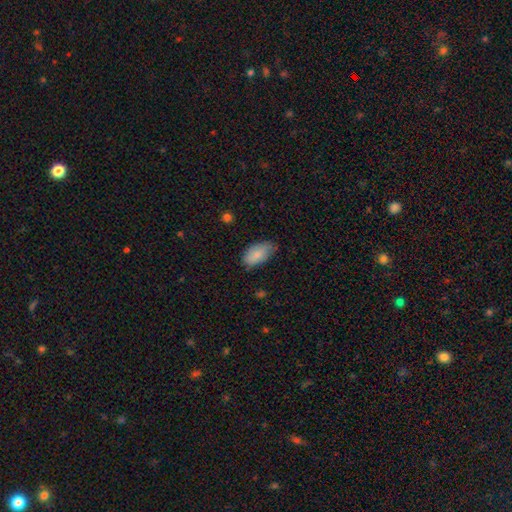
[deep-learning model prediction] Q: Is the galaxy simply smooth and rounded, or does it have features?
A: smooth — 86%.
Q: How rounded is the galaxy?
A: in between — 94%.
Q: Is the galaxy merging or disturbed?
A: none — 68%.